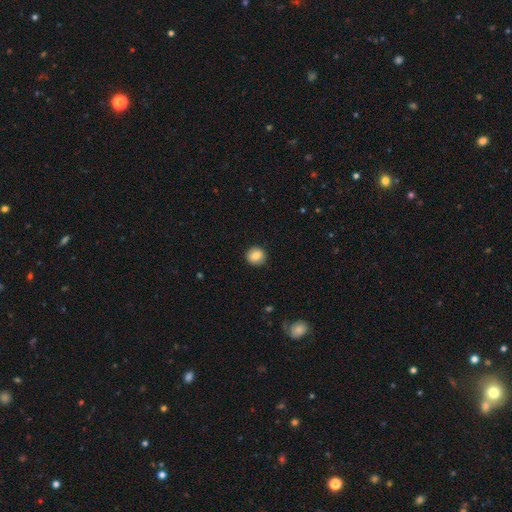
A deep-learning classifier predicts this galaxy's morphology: smooth-or-featured: smooth: 83% | star or artifact: 9% | featured or disk: 8%
  how-rounded: round: 90% | in between: 9% | cigar-shaped: 1%
  merging: none: 90% | minor disturbance: 7% | major disturbance: 2% | merger: 1%